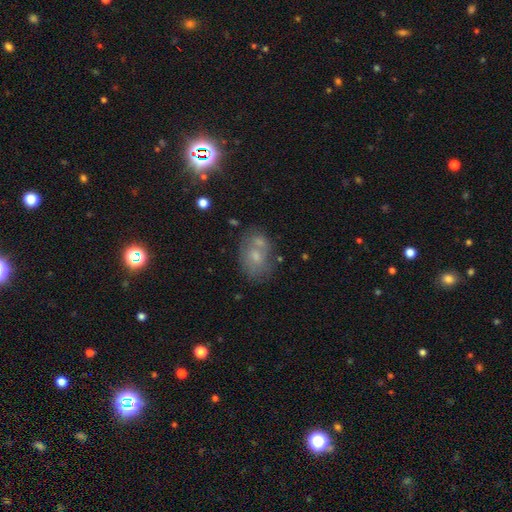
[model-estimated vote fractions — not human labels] smooth-or-featured: smooth: 55% | featured or disk: 31% | star or artifact: 15%
  how-rounded: in between: 75% | round: 23% | cigar-shaped: 2%
  merging: none: 46% | merger: 29% | minor disturbance: 18% | major disturbance: 8%